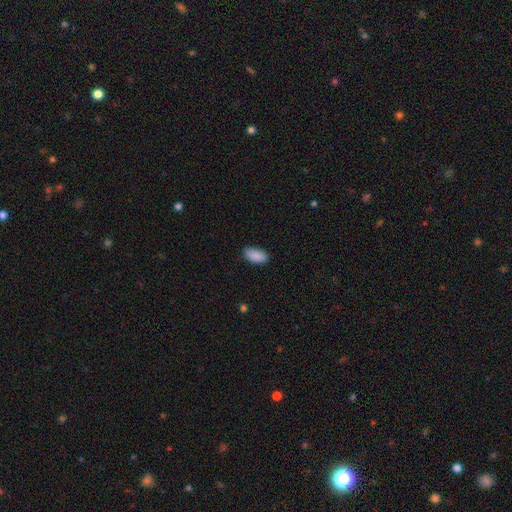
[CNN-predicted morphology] type=smooth (90%); roundness=in between (94%); merging=none (84%).